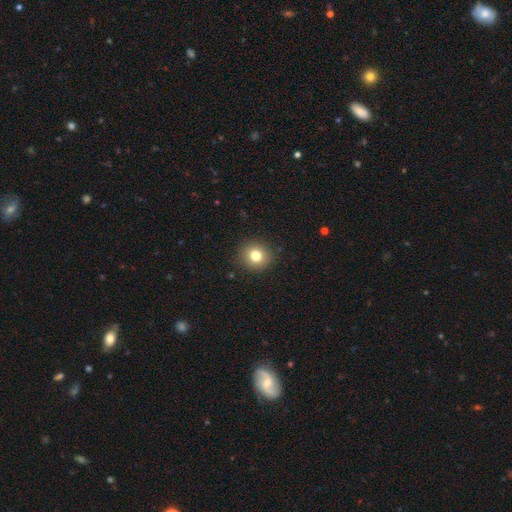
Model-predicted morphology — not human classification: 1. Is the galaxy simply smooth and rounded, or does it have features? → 79% smooth, 12% star or artifact, 9% featured or disk.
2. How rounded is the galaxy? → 90% round, 9% in between, 1% cigar-shaped.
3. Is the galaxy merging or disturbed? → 90% none, 6% minor disturbance, 2% major disturbance, 1% merger.